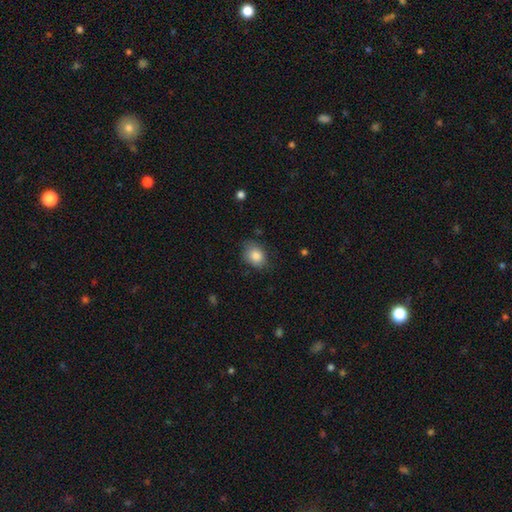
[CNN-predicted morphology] Overall: smooth (85%). How rounded: in between (63%; round 36%). Merging: none (71%).